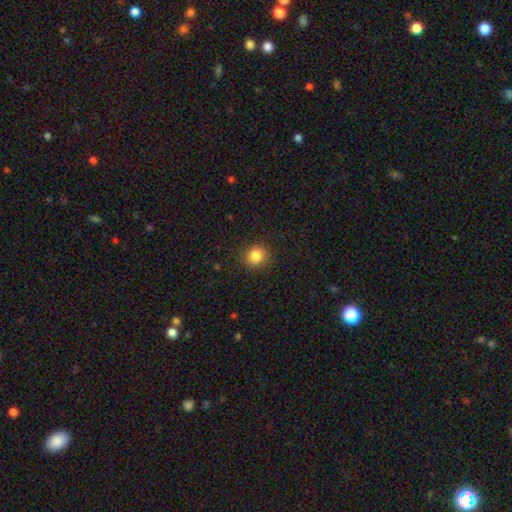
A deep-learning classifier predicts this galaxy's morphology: smooth 84%, star or artifact 11%, featured or disk 5%. Down the decision tree: how rounded — round (86%); merging — none (89%).